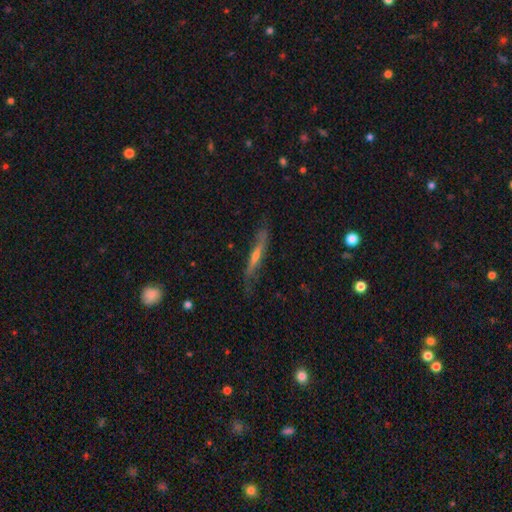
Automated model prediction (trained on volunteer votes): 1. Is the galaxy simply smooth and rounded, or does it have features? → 64% featured or disk, 29% smooth, 7% star or artifact.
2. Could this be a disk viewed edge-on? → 86% yes, 14% no.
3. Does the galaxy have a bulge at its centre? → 58% rounded, 34% none, 8% boxy.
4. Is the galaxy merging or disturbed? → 69% none, 22% minor disturbance, 7% major disturbance, 2% merger.